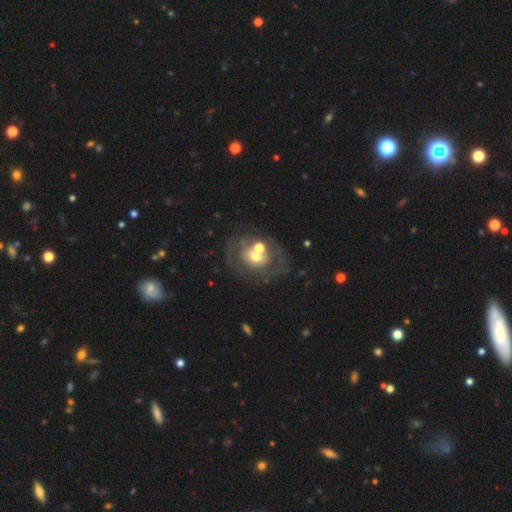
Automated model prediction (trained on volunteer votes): The model was most divided on "smooth or featured": featured or disk: 54%, smooth: 36%, star or artifact: 10%. More confident: edge-on disk — no (96%); bar — no (80%); spiral arms — no (65%); bulge size — moderate (60%); merging — none (55%).